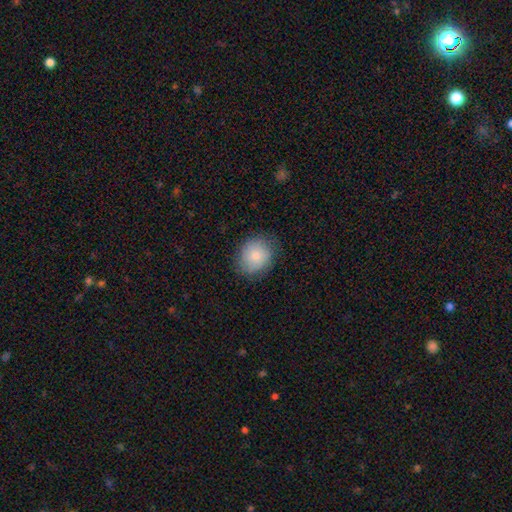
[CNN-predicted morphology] type=smooth (81%); roundness=round (73%); merging=none (78%).